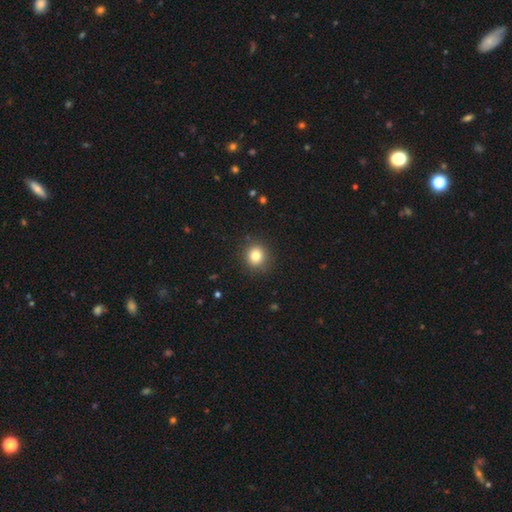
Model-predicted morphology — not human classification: smooth_or_featured: smooth (p=0.83) [alt: star or artifact p=0.11]
how_rounded: round (p=0.88) [alt: in between p=0.11]
merging: none (p=0.89) [alt: minor disturbance p=0.07]